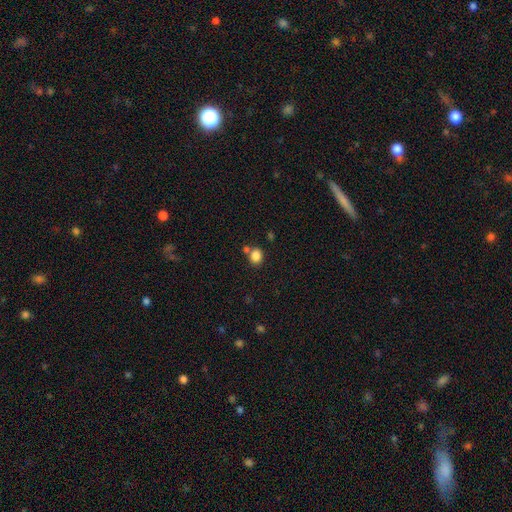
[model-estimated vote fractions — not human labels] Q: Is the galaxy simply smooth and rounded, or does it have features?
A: smooth — 85%.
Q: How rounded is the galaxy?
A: round — 68%.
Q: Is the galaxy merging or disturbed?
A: none — 69%.